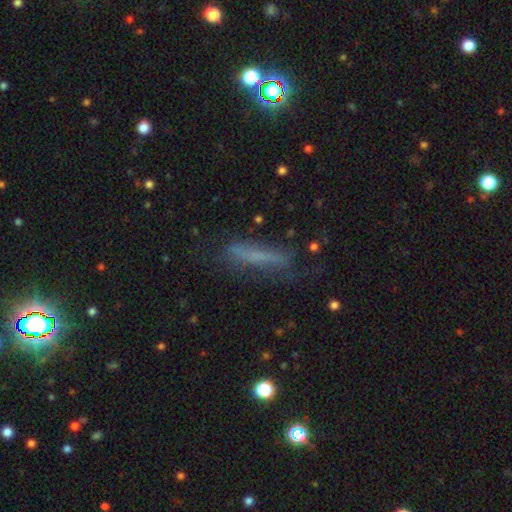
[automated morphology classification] This appears to be a smooth galaxy with no disk features (50%). Merging: none (69%).